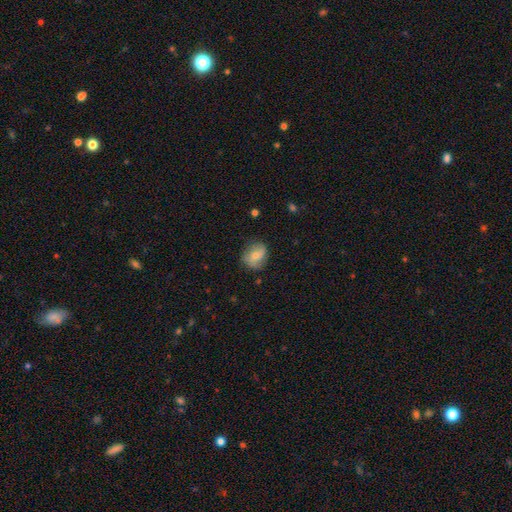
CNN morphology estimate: smooth-or-featured: smooth: 62% | featured or disk: 30% | star or artifact: 8%
  how-rounded: in between: 50% | round: 49% | cigar-shaped: 1%
  merging: none: 67% | minor disturbance: 25% | major disturbance: 7% | merger: 1%